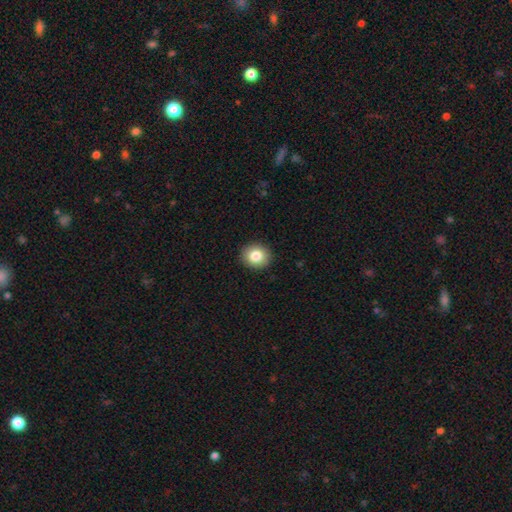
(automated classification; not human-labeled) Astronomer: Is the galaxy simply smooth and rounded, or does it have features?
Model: smooth — 84%.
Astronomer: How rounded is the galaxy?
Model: round — 81%.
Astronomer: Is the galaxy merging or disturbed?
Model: none — 92%.